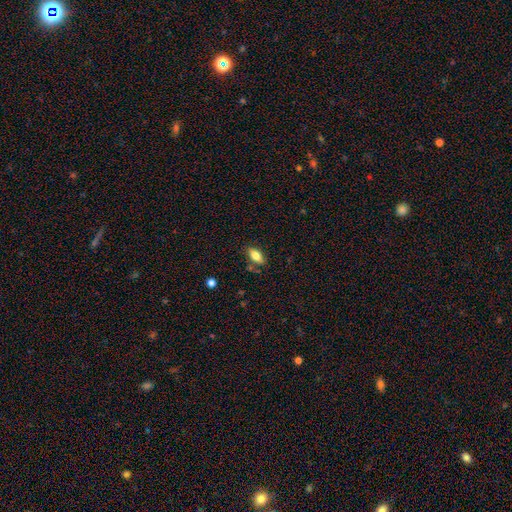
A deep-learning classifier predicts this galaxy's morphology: This appears to be a smooth galaxy with no disk features (76%) that is in between round and cigar-shaped (85%). Merging: none (78%).